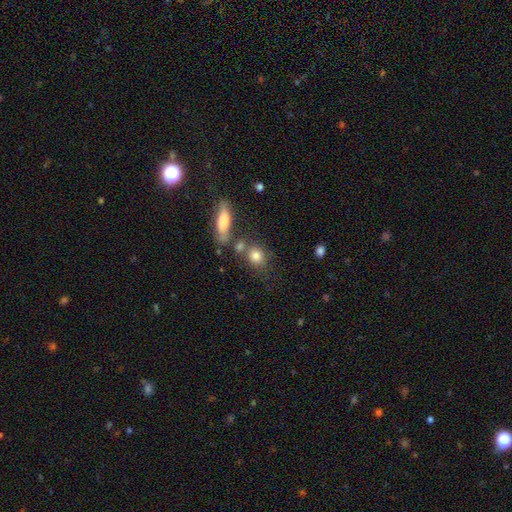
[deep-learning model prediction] This appears to be a smooth galaxy with no disk features (80%) that is round (64%). Merging: none (61%).